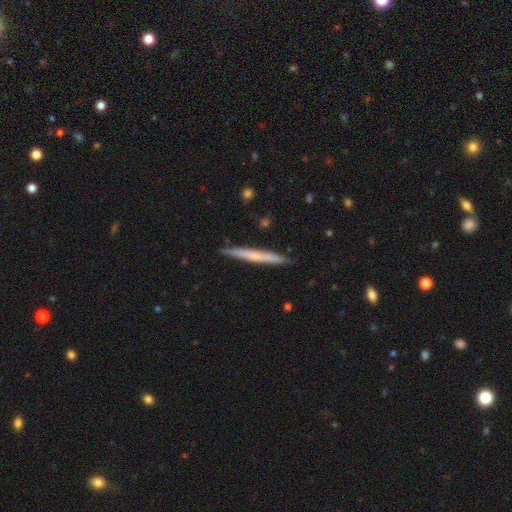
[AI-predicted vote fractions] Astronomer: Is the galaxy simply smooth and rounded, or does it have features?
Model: smooth — 54% (runner-up: featured or disk, 41%).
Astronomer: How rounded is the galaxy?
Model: cigar-shaped — 97%.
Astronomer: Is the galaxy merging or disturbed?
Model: none — 90%.